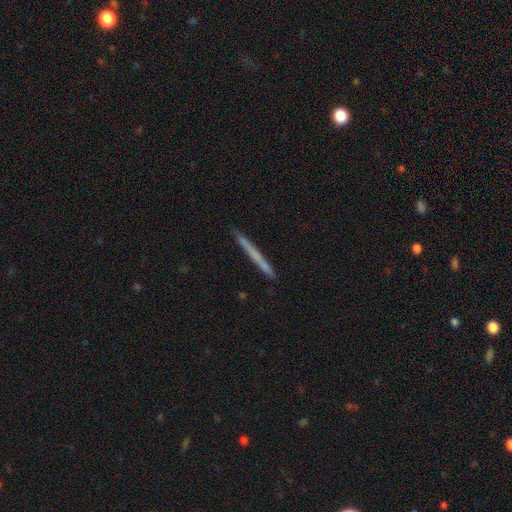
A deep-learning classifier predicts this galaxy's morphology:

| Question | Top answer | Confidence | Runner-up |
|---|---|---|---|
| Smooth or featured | smooth | 56% | featured or disk (38%) |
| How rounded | cigar-shaped | 97% | in between (2%) |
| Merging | none | 91% | minor disturbance (7%) |